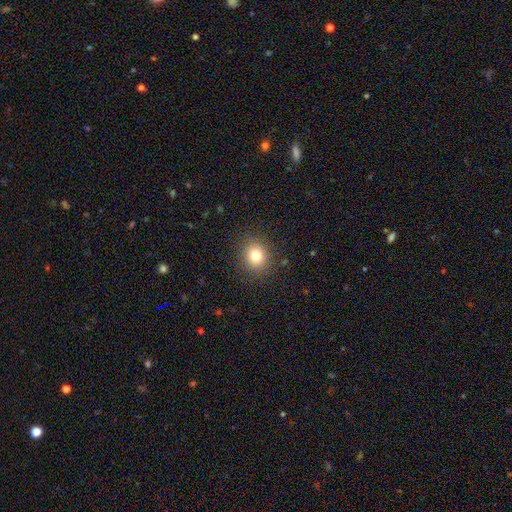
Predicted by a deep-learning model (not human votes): Smooth or featured? smooth (79%)
How rounded? round (78%)
Merging? none (88%)